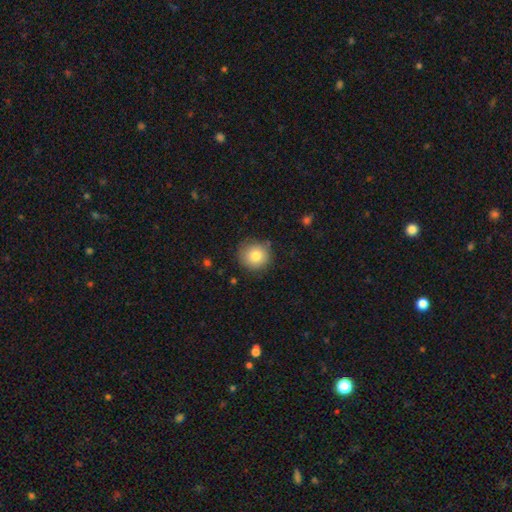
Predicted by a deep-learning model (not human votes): Smooth or featured?
  - smooth: 81% *
  - star or artifact: 10%
  - featured or disk: 10%
How rounded?
  - round: 92% *
  - in between: 7%
  - cigar-shaped: 1%
Merging?
  - none: 82% *
  - minor disturbance: 13%
  - major disturbance: 3%
  - merger: 2%